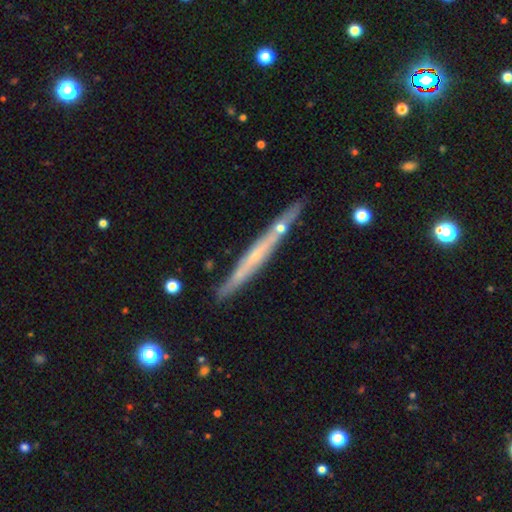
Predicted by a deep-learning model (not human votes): Smooth or featured? Predicted: featured or disk (p=0.60). Edge-on disk? Predicted: yes (p=0.95). Edge-on bulge? Predicted: none (p=0.72). Merging? Predicted: none (p=0.81).